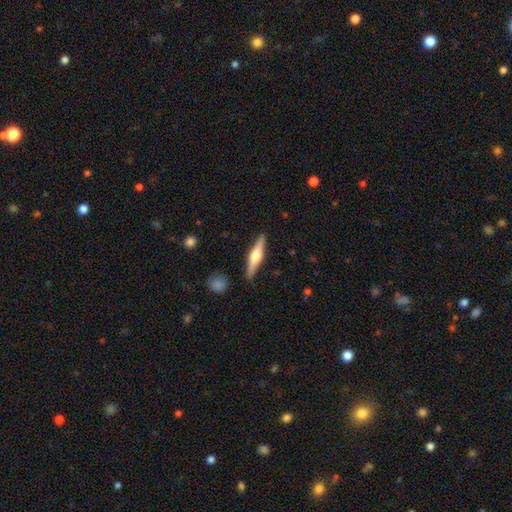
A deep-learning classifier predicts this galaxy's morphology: smooth-or-featured: featured or disk: 61% | smooth: 34% | star or artifact: 5%
  disk-edge-on: yes: 97% | no: 3%
    edge-on-bulge: rounded: 93% | boxy: 5% | none: 2%
  merging: none: 88% | minor disturbance: 8% | major disturbance: 2% | merger: 2%